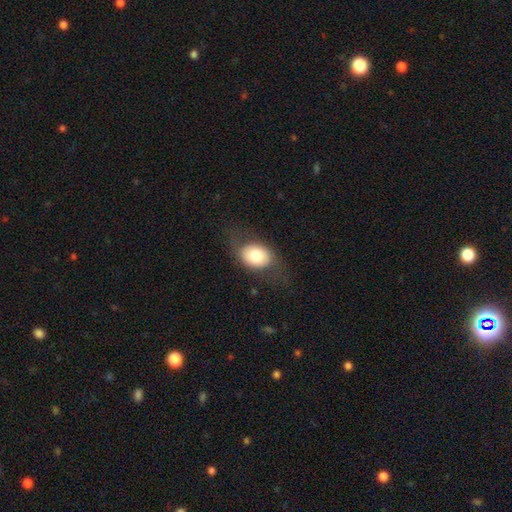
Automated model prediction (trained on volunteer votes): A smooth galaxy with no disk features (71%) that is in between round and cigar-shaped (67%).

Vote fractions:
- Smooth or featured? smooth: 71% / featured or disk: 22% / star or artifact: 8%
- How rounded? in between: 67% / round: 32% / cigar-shaped: 1%
- Merging? none: 67% / minor disturbance: 19% / major disturbance: 13% / merger: 1%